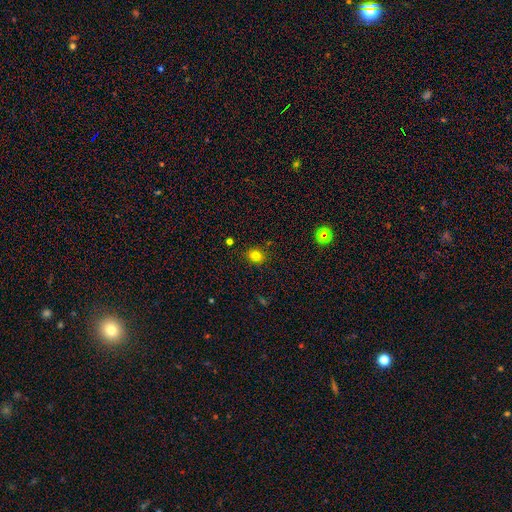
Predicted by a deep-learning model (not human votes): This is likely a smooth galaxy (79%). How rounded: likely round (66%). Merging: clearly none (87%).